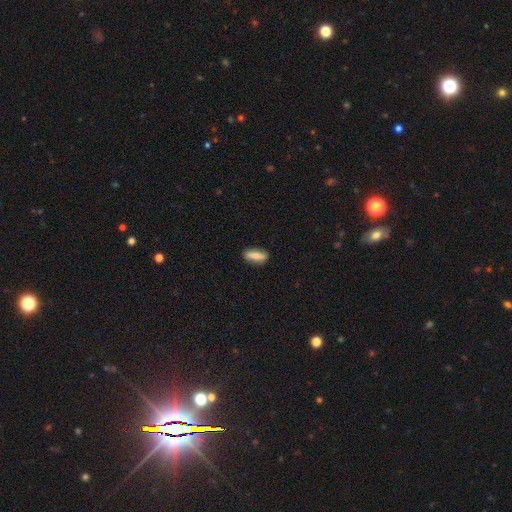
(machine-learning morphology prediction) smooth 73%, featured or disk 20%, star or artifact 7%. Down the decision tree: how rounded — in between (59%); merging — none (86%).